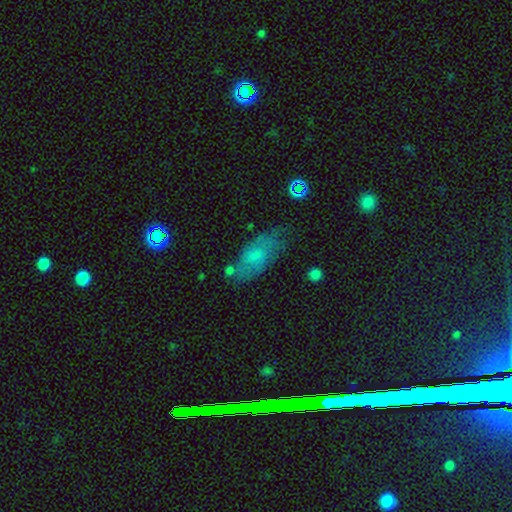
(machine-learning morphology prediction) Smooth or featured? Predicted: smooth (p=0.61). How rounded? Predicted: in between (p=0.84). Merging? Predicted: none (p=0.62).